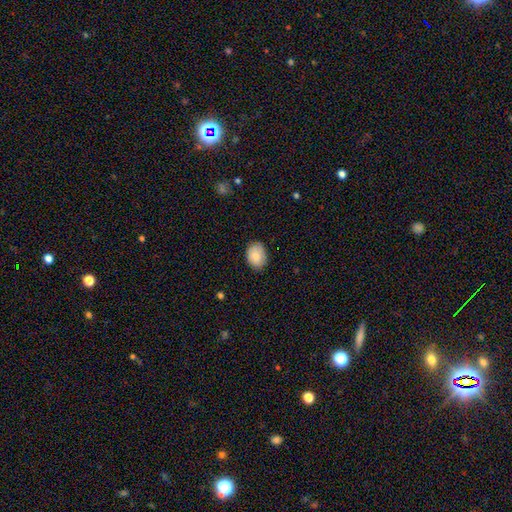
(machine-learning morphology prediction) The model was most divided on "how rounded": in between: 68%, round: 31%, cigar-shaped: 1%. More confident: smooth or featured — smooth (88%); merging — none (82%).